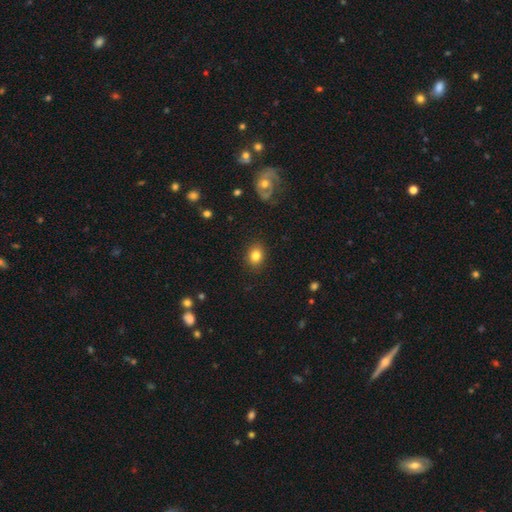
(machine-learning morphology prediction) Smooth or featured?
  - smooth: 82% *
  - star or artifact: 10%
  - featured or disk: 8%
How rounded?
  - round: 55% *
  - in between: 44%
  - cigar-shaped: 1%
Merging?
  - none: 88% *
  - minor disturbance: 9%
  - major disturbance: 3%
  - merger: 1%